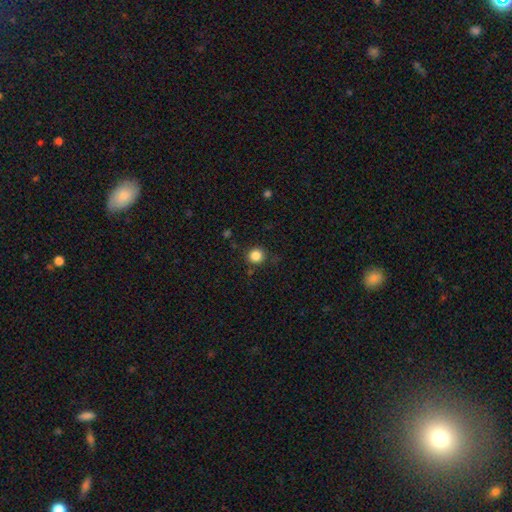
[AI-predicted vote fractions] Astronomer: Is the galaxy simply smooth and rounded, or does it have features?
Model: smooth — 85%.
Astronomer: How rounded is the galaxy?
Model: round — 92%.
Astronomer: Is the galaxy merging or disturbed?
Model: none — 87%.